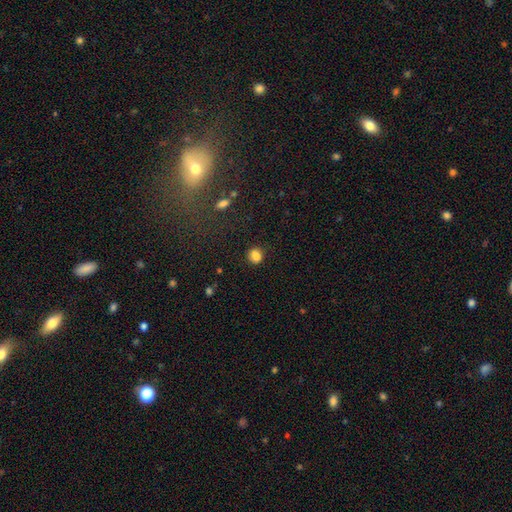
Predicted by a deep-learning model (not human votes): This is clearly a smooth galaxy (82%). How rounded: likely round (63%). Merging: likely none (72%).